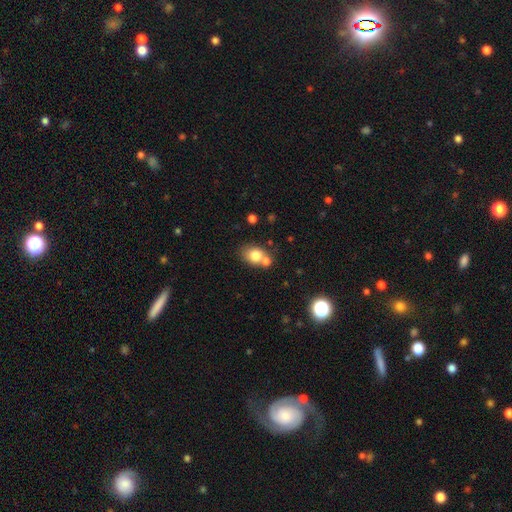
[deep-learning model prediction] A smooth galaxy with no disk features (77%) that is in between round and cigar-shaped (51%).

Vote fractions:
- Smooth or featured? smooth: 77% / featured or disk: 12% / star or artifact: 10%
- How rounded? in between: 51% / round: 48% / cigar-shaped: 1%
- Merging? none: 49% / merger: 35% / minor disturbance: 12% / major disturbance: 4%